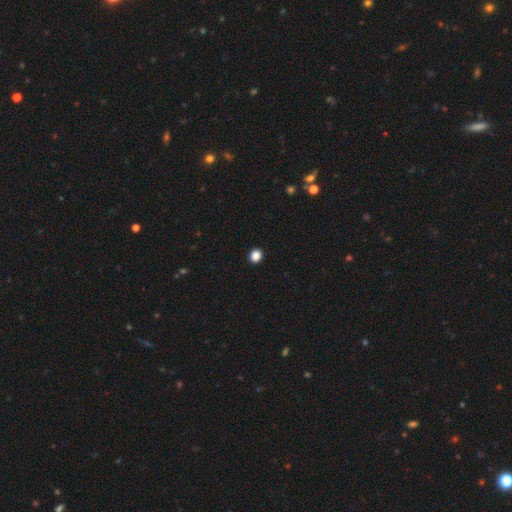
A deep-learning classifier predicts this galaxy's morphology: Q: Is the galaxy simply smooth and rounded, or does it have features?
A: smooth — 86%.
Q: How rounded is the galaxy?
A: round — 87%.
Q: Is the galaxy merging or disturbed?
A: none — 94%.